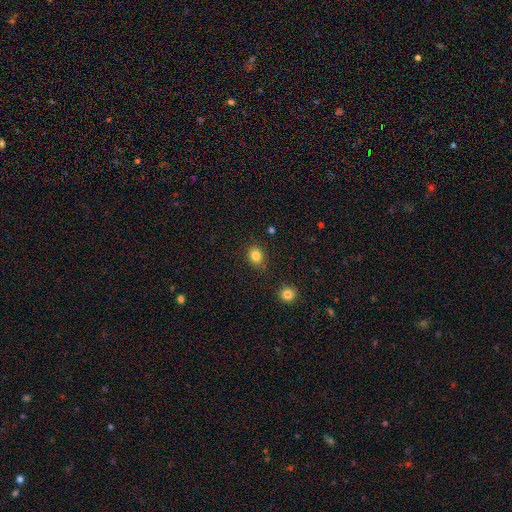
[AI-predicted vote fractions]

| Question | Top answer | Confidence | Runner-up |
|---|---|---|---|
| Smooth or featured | smooth | 83% | star or artifact (11%) |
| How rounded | round | 63% | in between (36%) |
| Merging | none | 84% | minor disturbance (10%) |